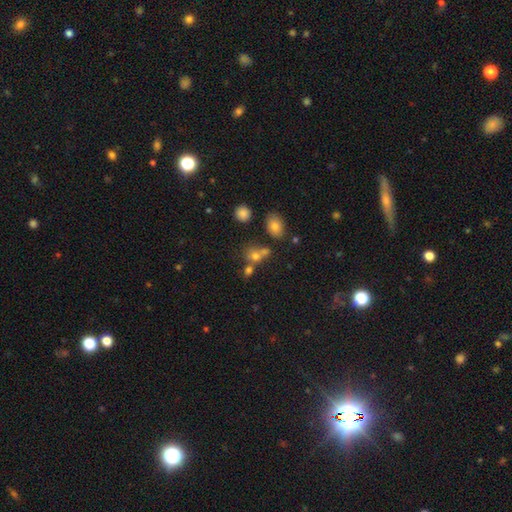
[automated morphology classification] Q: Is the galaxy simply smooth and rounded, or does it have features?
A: smooth — 67%.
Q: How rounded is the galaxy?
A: round — 59%.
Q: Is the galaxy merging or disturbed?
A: merger — 43%.